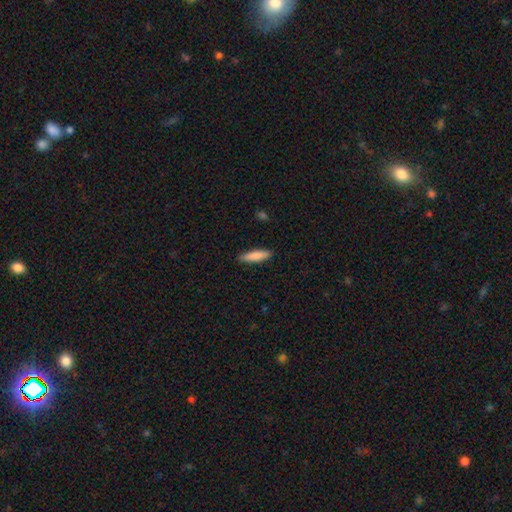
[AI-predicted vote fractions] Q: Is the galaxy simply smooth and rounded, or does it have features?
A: smooth — 86%.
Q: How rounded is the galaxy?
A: cigar-shaped — 70%.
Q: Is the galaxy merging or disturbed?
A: none — 89%.